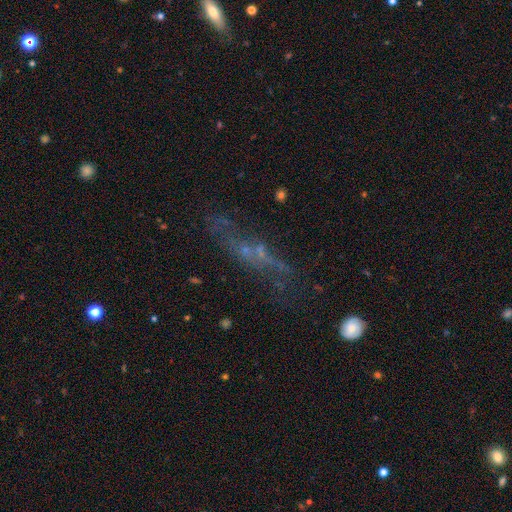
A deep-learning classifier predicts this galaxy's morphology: Smooth or featured? featured or disk (46%)
Merging? none (55%)